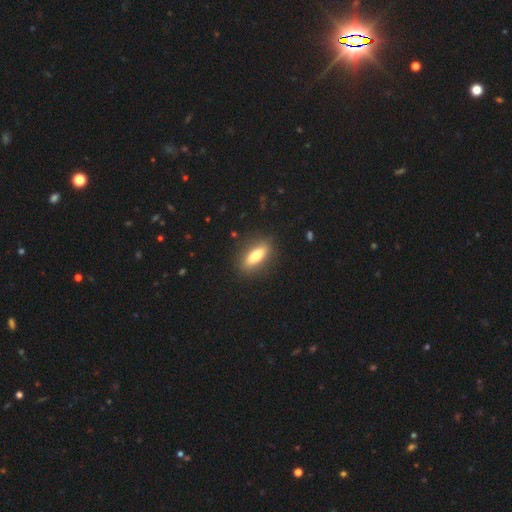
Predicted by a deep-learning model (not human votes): Q: Smooth or featured?
A: smooth (71%); runner-up: featured or disk (22%)
Q: How rounded?
A: in between (62%); runner-up: cigar-shaped (35%)
Q: Merging?
A: none (86%); runner-up: minor disturbance (9%)